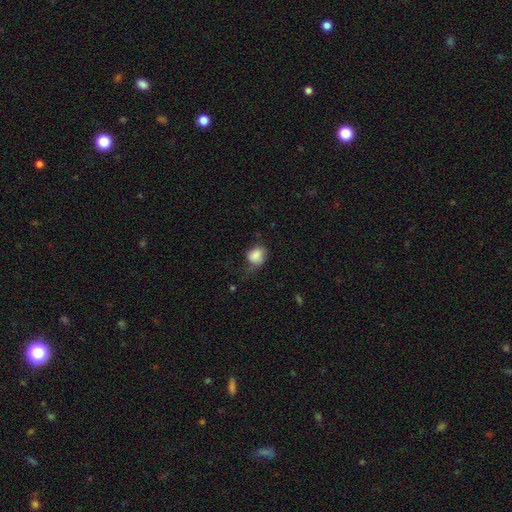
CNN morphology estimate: Smooth or featured? smooth (84%)
How rounded? round (54%)
Merging? none (41%)